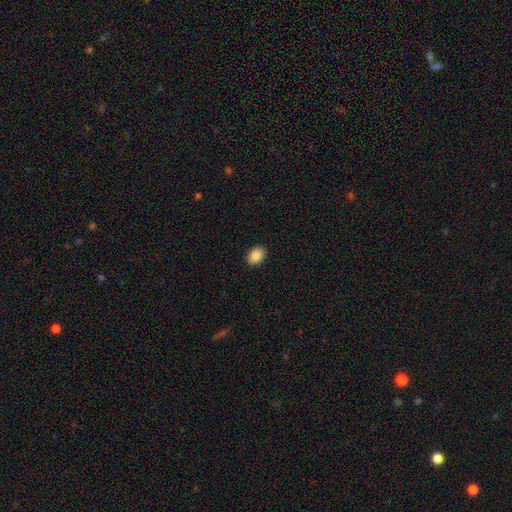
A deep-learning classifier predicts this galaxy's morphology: The model was most divided on "how rounded": in between: 71%, round: 28%, cigar-shaped: 1%. More confident: merging — none (90%); smooth or featured — smooth (88%).